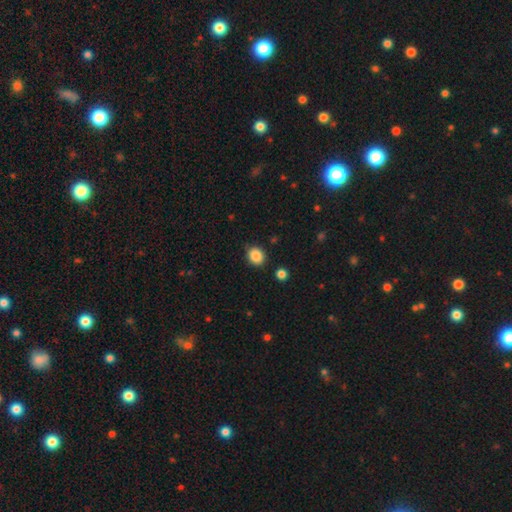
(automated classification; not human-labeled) The model was most divided on "how rounded": round: 69%, in between: 30%, cigar-shaped: 1%. More confident: smooth or featured — smooth (87%); merging — none (86%).